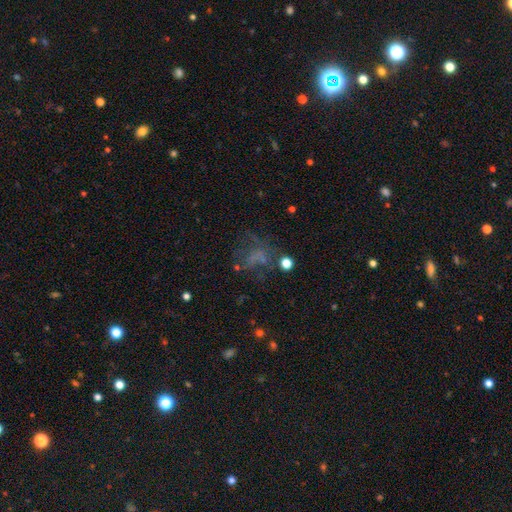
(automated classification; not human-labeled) A featured or disk galaxy (36%).

Vote fractions:
- Smooth or featured? featured or disk: 36% / smooth: 33% / star or artifact: 31%
- Merging? none: 41% / major disturbance: 35% / minor disturbance: 17% / merger: 7%